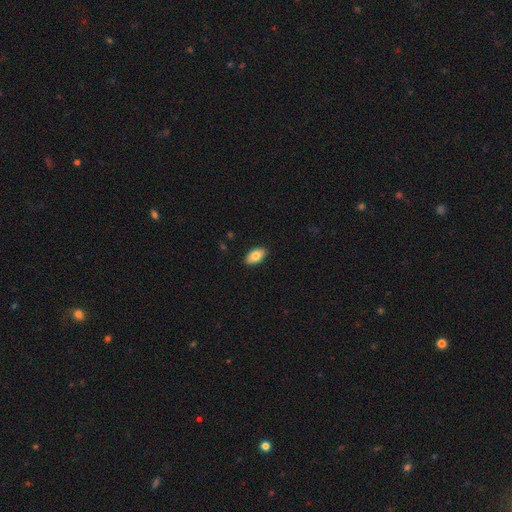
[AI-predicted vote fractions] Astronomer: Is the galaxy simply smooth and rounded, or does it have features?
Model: smooth — 80%.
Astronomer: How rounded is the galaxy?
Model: in between — 94%.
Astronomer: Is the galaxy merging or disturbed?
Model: none — 89%.